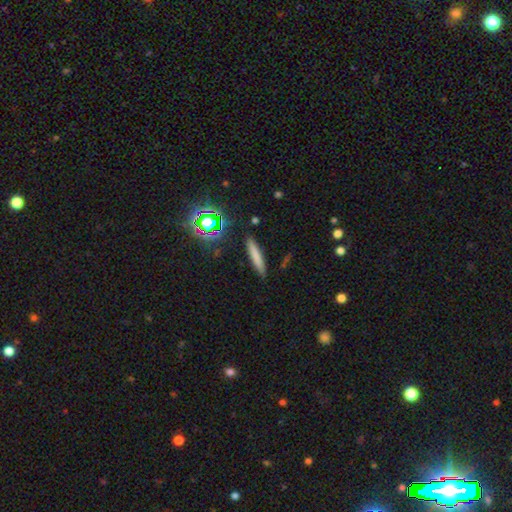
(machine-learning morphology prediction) Smooth or featured?
  - smooth: 72% *
  - featured or disk: 15%
  - star or artifact: 13%
How rounded?
  - cigar-shaped: 90% *
  - in between: 8%
  - round: 2%
Merging?
  - none: 87% *
  - minor disturbance: 9%
  - major disturbance: 2%
  - merger: 2%